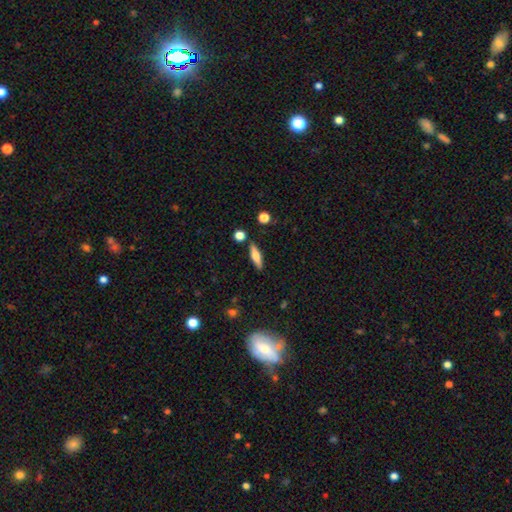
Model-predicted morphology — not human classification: Q: Smooth or featured?
A: smooth (61%); runner-up: featured or disk (31%)
Q: How rounded?
A: cigar-shaped (66%); runner-up: in between (31%)
Q: Merging?
A: none (84%); runner-up: minor disturbance (9%)